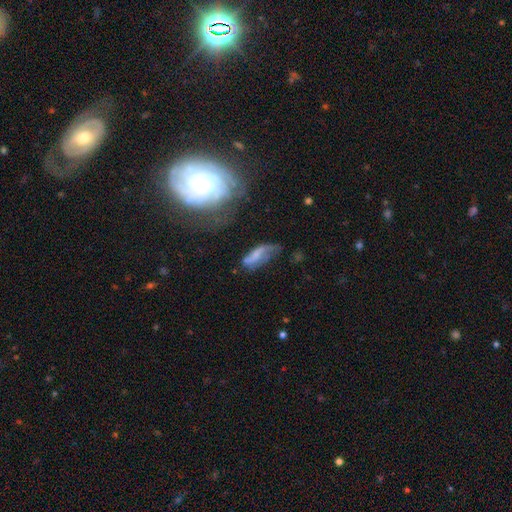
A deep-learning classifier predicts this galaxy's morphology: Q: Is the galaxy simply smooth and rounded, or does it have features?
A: featured or disk — 47%.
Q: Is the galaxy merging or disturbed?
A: none — 36%.